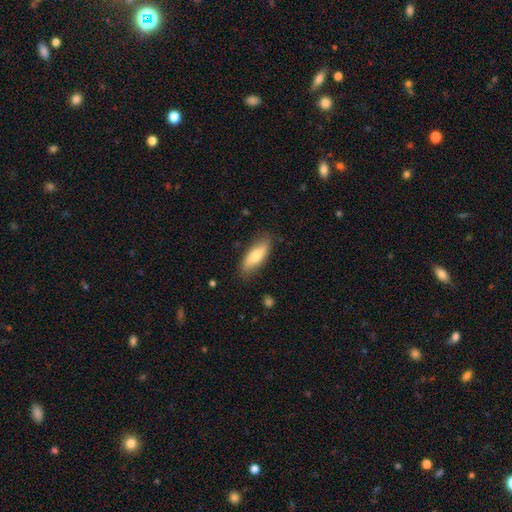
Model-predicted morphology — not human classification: Smooth or featured: smooth — 70% (featured or disk — 24%)
How rounded: in between — 70% (cigar-shaped — 27%)
Merging: none — 81% (minor disturbance — 15%)